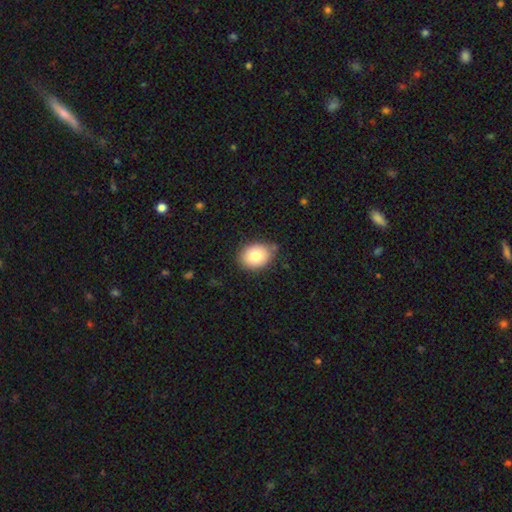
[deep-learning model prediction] Smooth or featured? smooth (80%)
How rounded? in between (58%)
Merging? none (78%)